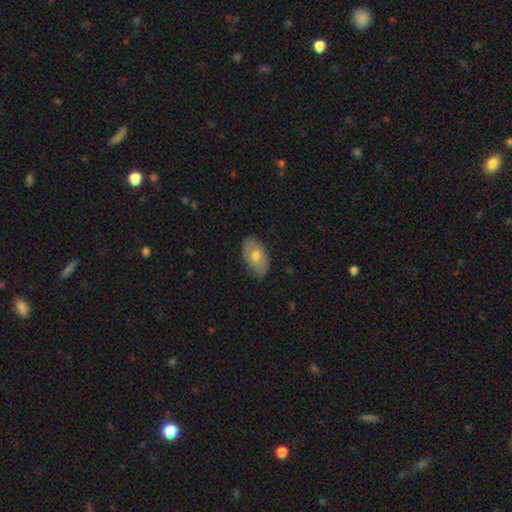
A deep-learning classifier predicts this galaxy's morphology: Smooth or featured: smooth — 60% (featured or disk — 34%)
How rounded: in between — 91% (round — 7%)
Merging: none — 81% (minor disturbance — 15%)